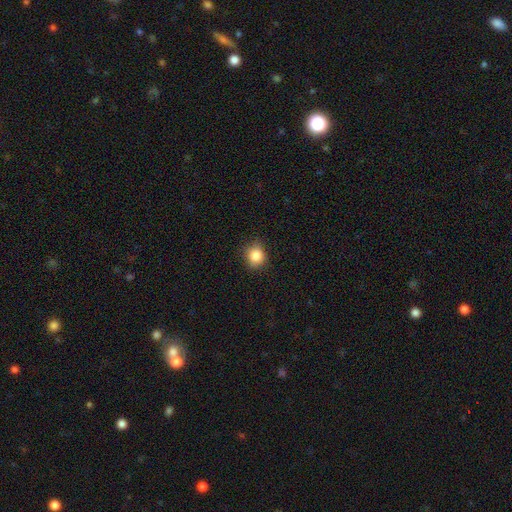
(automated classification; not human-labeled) Smooth or featured?
  - smooth: 85% *
  - star or artifact: 10%
  - featured or disk: 5%
How rounded?
  - round: 76% *
  - in between: 23%
  - cigar-shaped: 1%
Merging?
  - none: 81% *
  - minor disturbance: 15%
  - major disturbance: 3%
  - merger: 1%